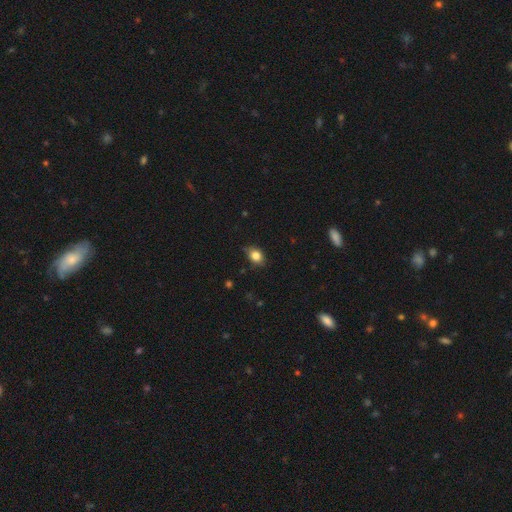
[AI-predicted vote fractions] A smooth galaxy with no disk features (82%) that is in between round and cigar-shaped (64%).

Vote fractions:
- Smooth or featured? smooth: 82% / star or artifact: 10% / featured or disk: 8%
- How rounded? in between: 64% / round: 35% / cigar-shaped: 2%
- Merging? none: 74% / minor disturbance: 21% / major disturbance: 3% / merger: 1%